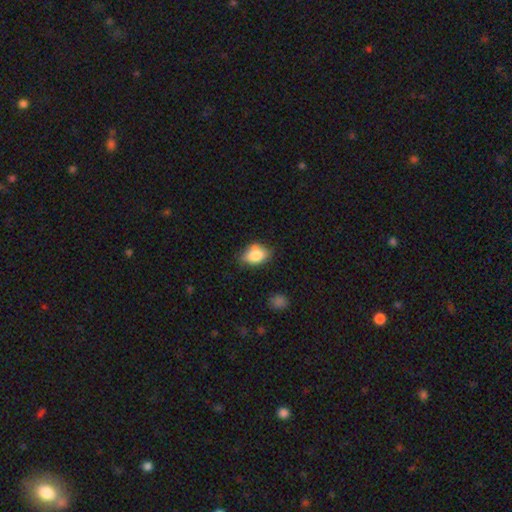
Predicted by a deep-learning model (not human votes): smooth 79%, featured or disk 12%, star or artifact 9%. Down the decision tree: how rounded — in between (78%); merging — none (59%).